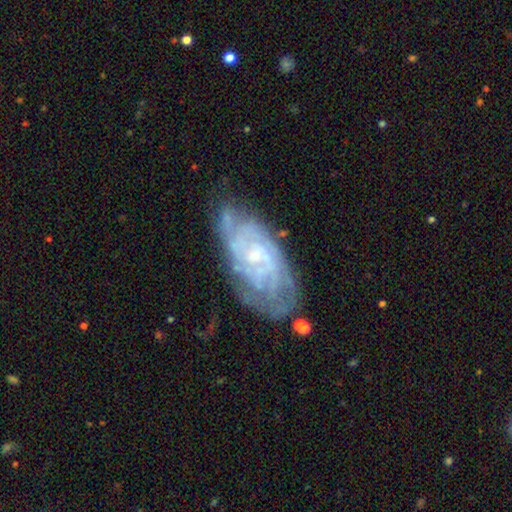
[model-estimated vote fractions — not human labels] featured or disk 82%, smooth 11%, star or artifact 7%. Down the decision tree: edge-on disk — no (94%); bar — no (59%); spiral arms — yes (93%); spiral arm count — can't tell (45%); spiral winding — tight (68%); bulge size — small (71%); merging — none (65%).